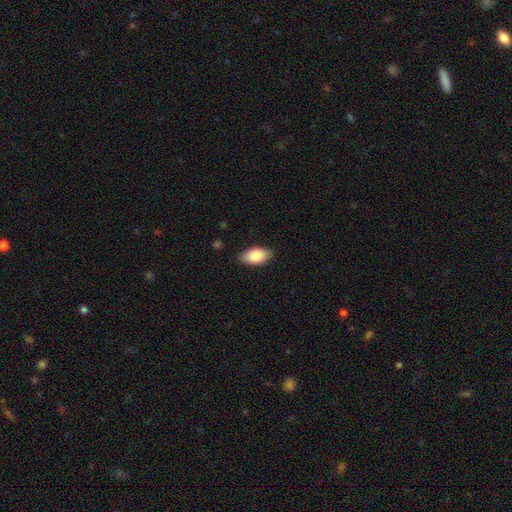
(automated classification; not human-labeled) A smooth galaxy with no disk features (85%) that is in between round and cigar-shaped (94%). Merging: none (87%).